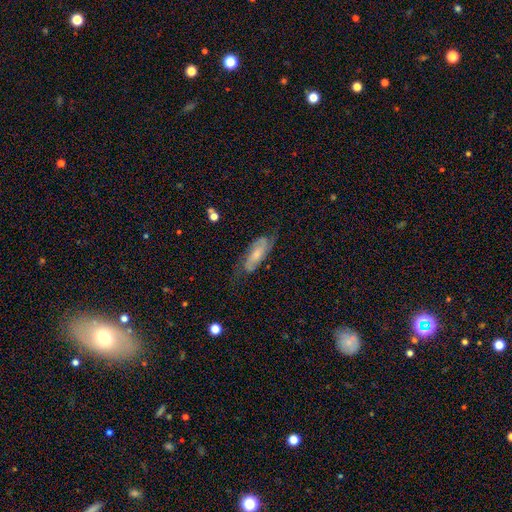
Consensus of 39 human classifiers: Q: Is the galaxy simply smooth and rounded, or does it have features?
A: featured or disk — 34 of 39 (87%).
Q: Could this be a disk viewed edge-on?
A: no — 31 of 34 (91%).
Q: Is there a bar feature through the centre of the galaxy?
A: no — 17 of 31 (55%).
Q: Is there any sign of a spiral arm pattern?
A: yes — 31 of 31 (100%).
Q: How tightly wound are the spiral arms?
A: medium — 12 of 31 (39%).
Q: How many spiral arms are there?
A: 2 — 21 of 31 (68%).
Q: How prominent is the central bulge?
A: small — 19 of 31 (61%).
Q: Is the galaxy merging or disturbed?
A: none — 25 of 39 (64%).